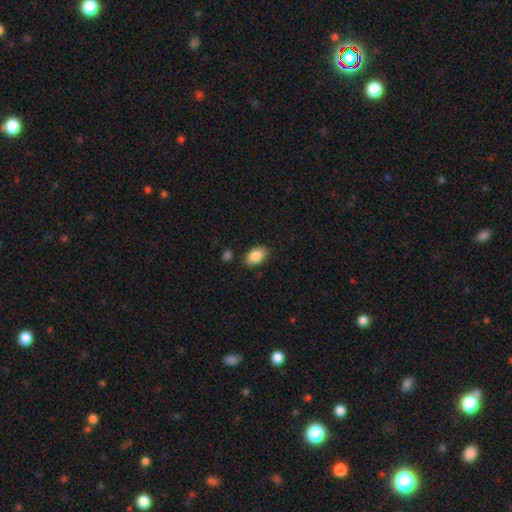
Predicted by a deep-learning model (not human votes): Smooth or featured: smooth — 87% (star or artifact — 7%)
How rounded: in between — 92% (round — 6%)
Merging: none — 84% (minor disturbance — 11%)